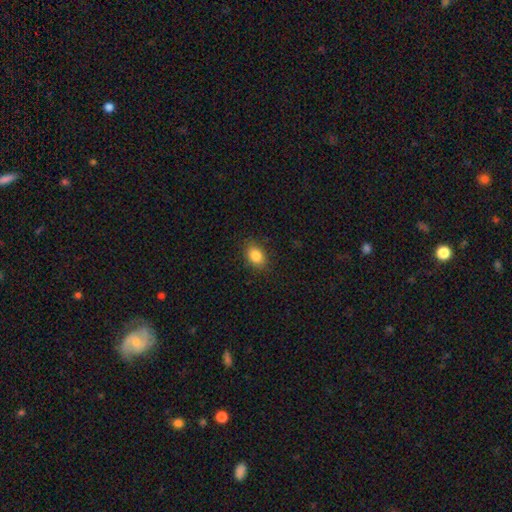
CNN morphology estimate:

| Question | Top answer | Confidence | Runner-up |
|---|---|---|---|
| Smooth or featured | smooth | 85% | star or artifact (9%) |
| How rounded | in between | 78% | round (21%) |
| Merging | none | 87% | minor disturbance (10%) |